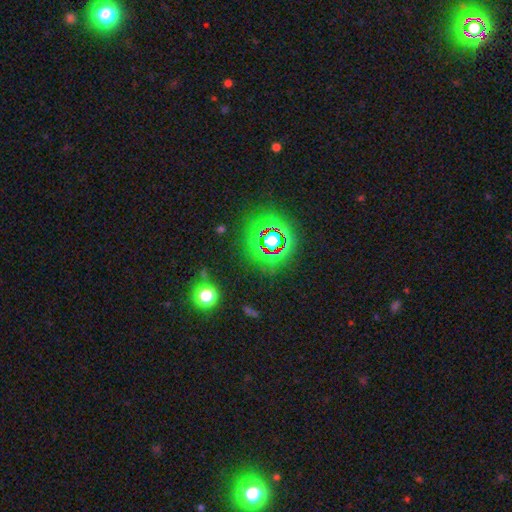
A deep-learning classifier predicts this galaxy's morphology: smooth-or-featured: star or artifact: 71% | smooth: 20% | featured or disk: 9%